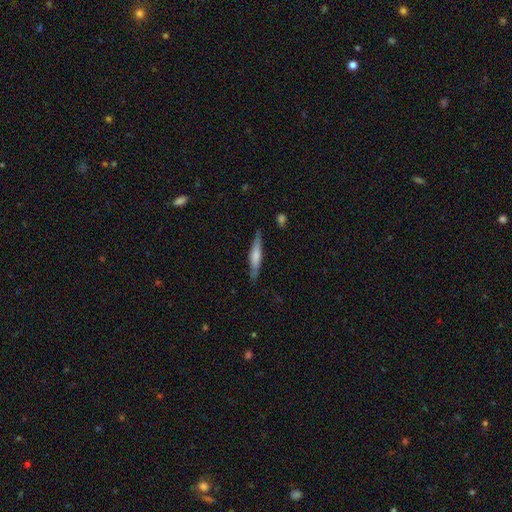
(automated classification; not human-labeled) The model was most divided on "smooth or featured": smooth: 57%, featured or disk: 38%, star or artifact: 6%. More confident: how rounded — cigar-shaped (86%); merging — none (80%).